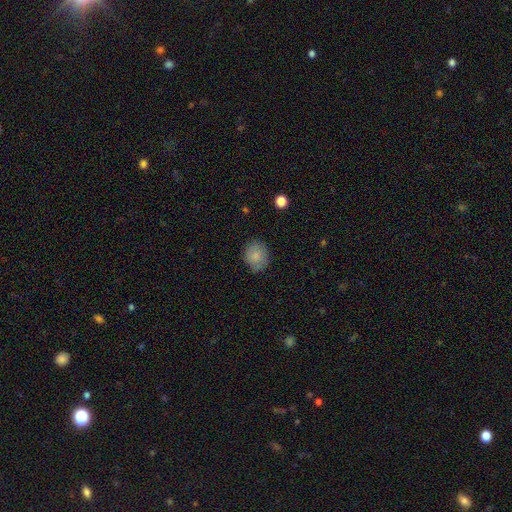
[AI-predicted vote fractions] Smooth or featured? Predicted: smooth (p=0.83). How rounded? Predicted: round (p=0.70). Merging? Predicted: none (p=0.77).